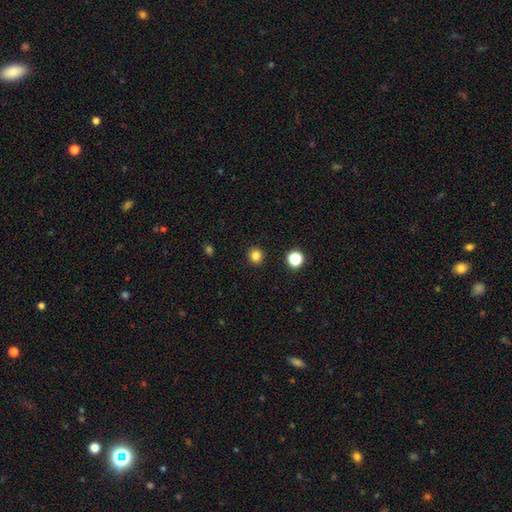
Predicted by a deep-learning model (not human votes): This appears to be a smooth galaxy with no disk features (82%) that is round (93%). Merging: none (92%).